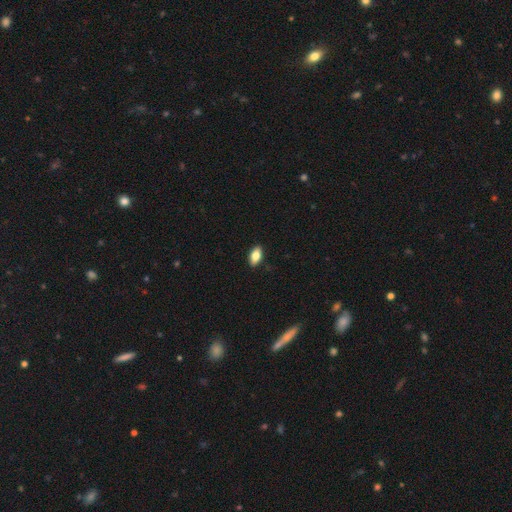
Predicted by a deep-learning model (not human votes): Overall: smooth (80%). How rounded: in between (91%). Merging: none (90%).